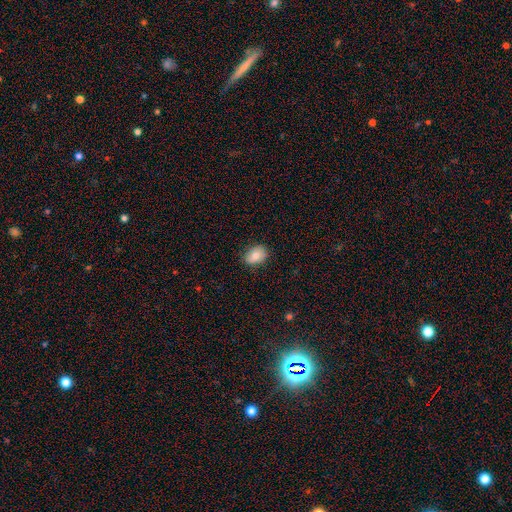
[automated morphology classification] Smooth or featured: smooth — 77% (featured or disk — 14%)
How rounded: in between — 71% (round — 28%)
Merging: none — 82% (minor disturbance — 14%)